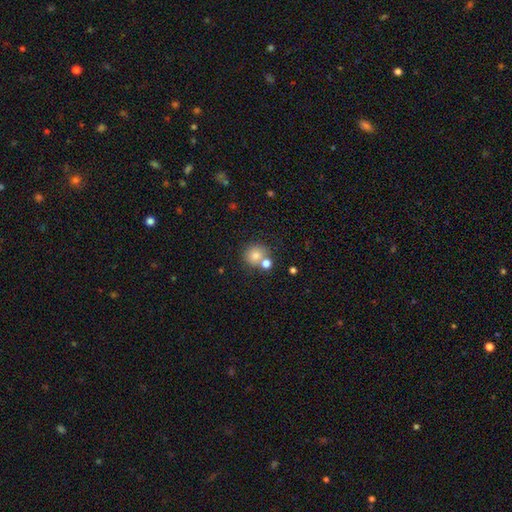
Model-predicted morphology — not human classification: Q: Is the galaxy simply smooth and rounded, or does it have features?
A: smooth — 78%.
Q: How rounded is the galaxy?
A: round — 87%.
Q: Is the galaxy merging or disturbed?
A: none — 62%.